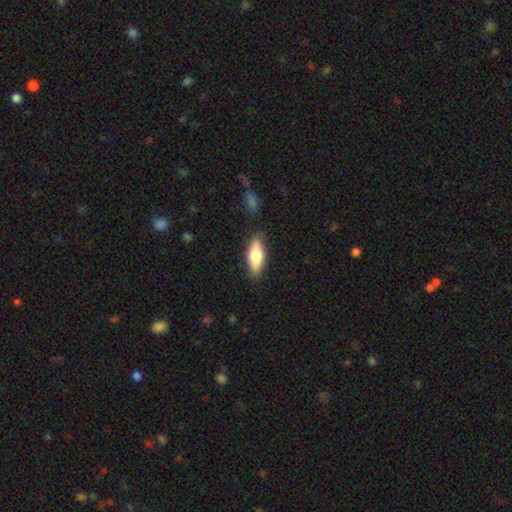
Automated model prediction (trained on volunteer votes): This is likely a smooth galaxy (66%). How rounded: likely in between (69%). Merging: clearly none (82%).